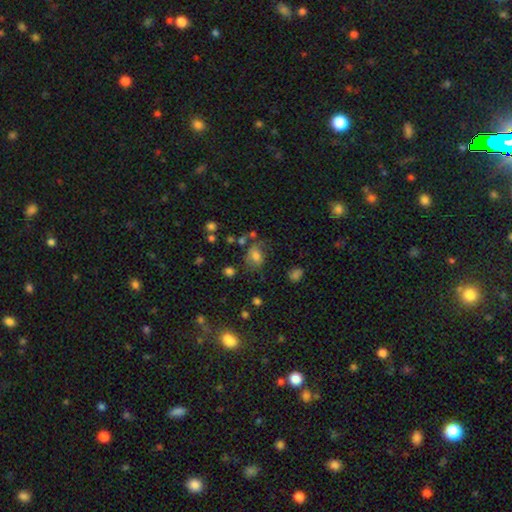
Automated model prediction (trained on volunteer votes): A smooth galaxy with no disk features (64%) that is in between round and cigar-shaped (62%).

Vote fractions:
- Smooth or featured? smooth: 64% / featured or disk: 22% / star or artifact: 14%
- How rounded? in between: 62% / round: 37% / cigar-shaped: 1%
- Merging? none: 49% / minor disturbance: 26% / major disturbance: 18% / merger: 8%